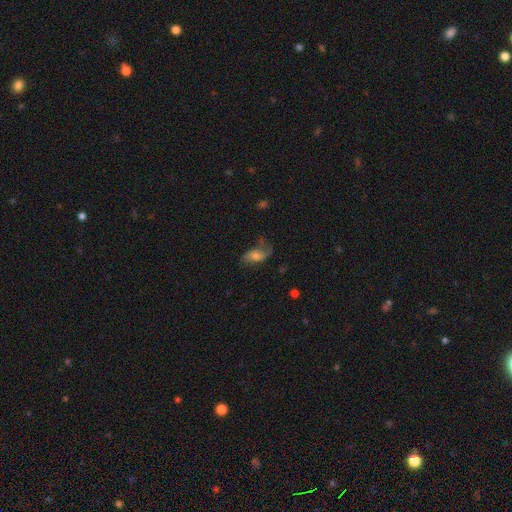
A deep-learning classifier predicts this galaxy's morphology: type=featured or disk (48%); merging=none (50%).